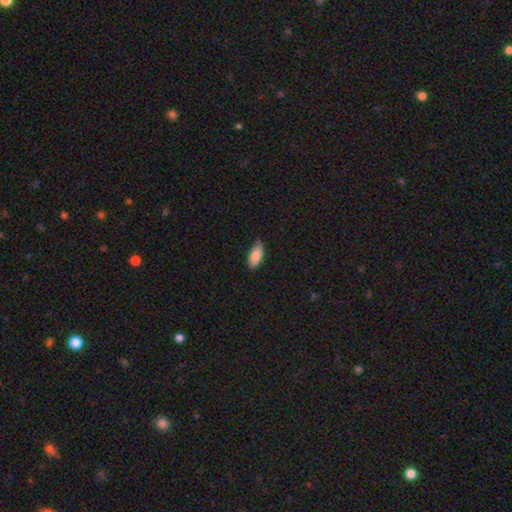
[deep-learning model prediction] Morphology: type=smooth (87%); roundness=in between (84%); merging=none (77%).